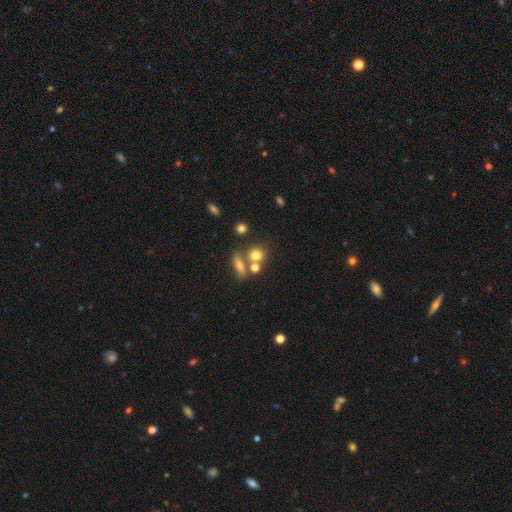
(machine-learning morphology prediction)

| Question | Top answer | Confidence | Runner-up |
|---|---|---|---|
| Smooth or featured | smooth | 73% | star or artifact (14%) |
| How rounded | round | 74% | in between (23%) |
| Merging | none | 54% | merger (31%) |